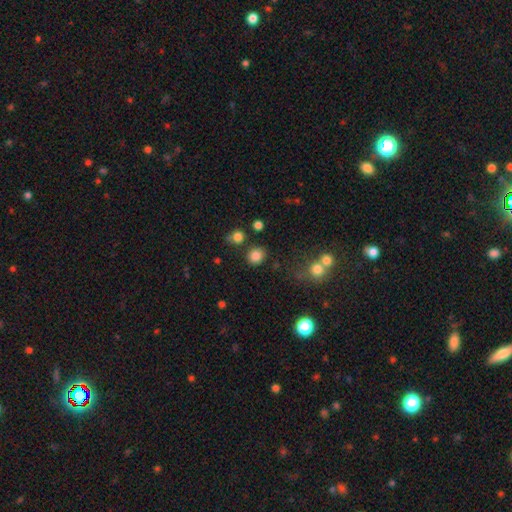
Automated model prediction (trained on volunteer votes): Morphology: type=smooth (82%); roundness=round (83%); merging=none (83%).